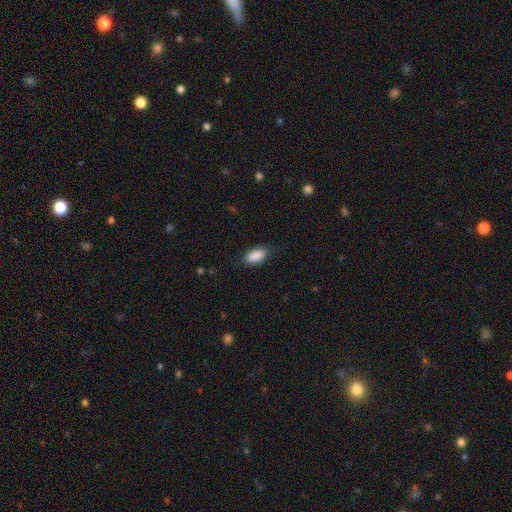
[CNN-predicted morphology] Smooth or featured: smooth — 90% (star or artifact — 7%)
How rounded: in between — 92% (cigar-shaped — 4%)
Merging: none — 83% (minor disturbance — 13%)